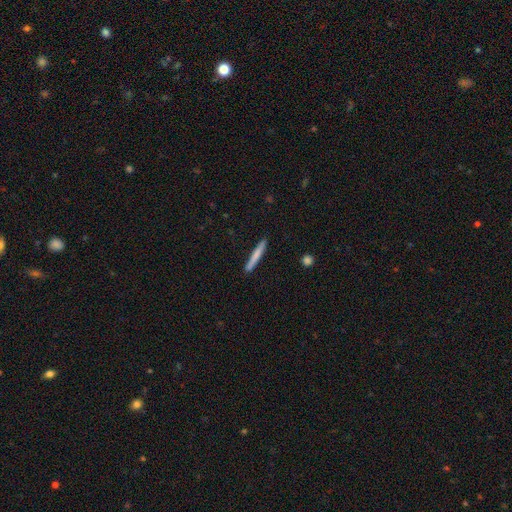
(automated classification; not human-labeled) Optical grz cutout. It shows a smooth galaxy with no disk features (71%) that is cigar-shaped (96%). Merging: none (89%).